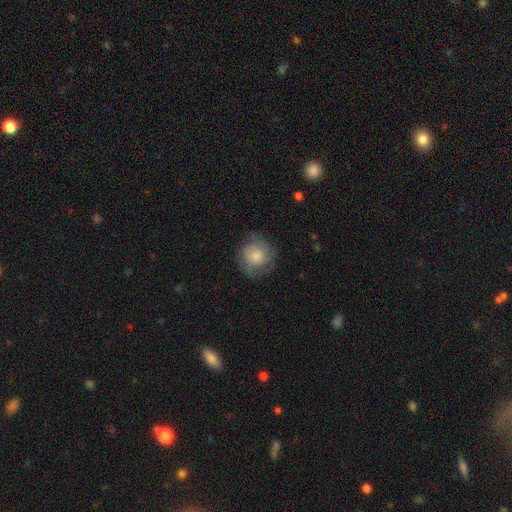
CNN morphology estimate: Overall: smooth (72%). How rounded: round (90%). Merging: none (72%).